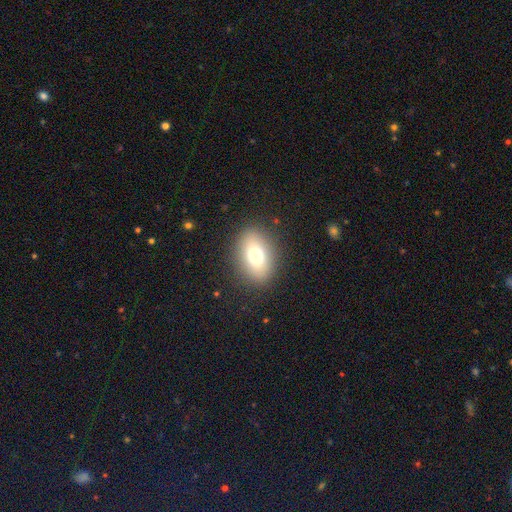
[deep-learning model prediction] Smooth or featured: smooth — 73% (featured or disk — 15%)
How rounded: in between — 75% (round — 23%)
Merging: none — 86% (minor disturbance — 9%)